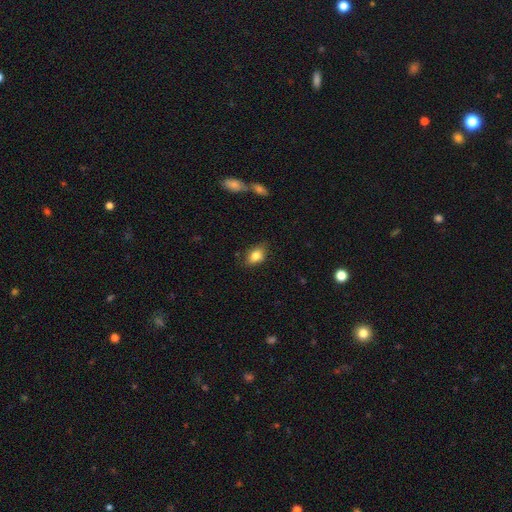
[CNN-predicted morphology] smooth_or_featured: smooth (p=0.82) [alt: featured or disk p=0.09]
how_rounded: in between (p=0.80) [alt: round p=0.18]
merging: none (p=0.77) [alt: minor disturbance p=0.18]